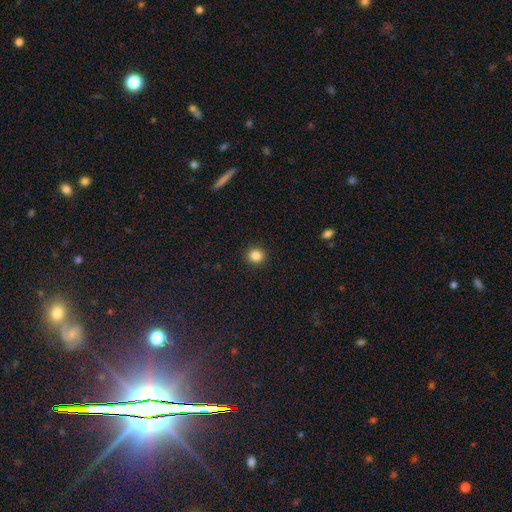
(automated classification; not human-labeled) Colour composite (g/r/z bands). It shows a smooth galaxy with no disk features (86%) that is round (84%). Merging: none (92%).